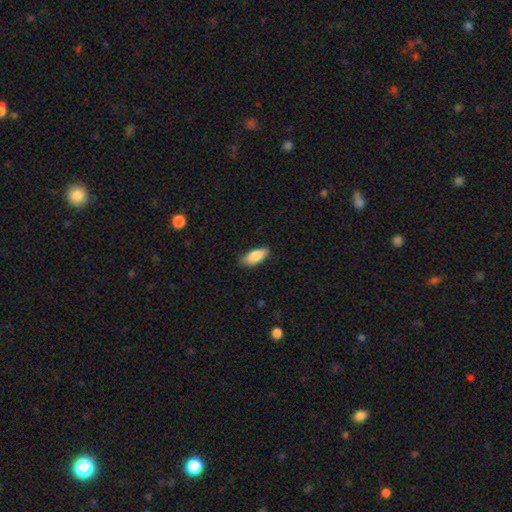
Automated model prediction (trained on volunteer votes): Morphology: type=smooth (87%); roundness=in between (82%); merging=none (81%).